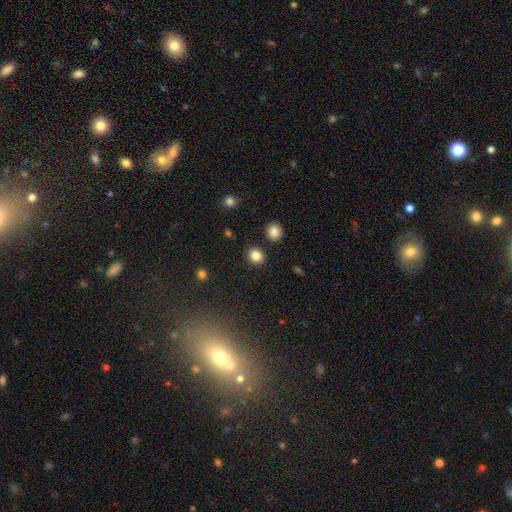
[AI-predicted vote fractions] A smooth galaxy with no disk features (84%) that is round (80%).

Vote fractions:
- Smooth or featured? smooth: 84% / star or artifact: 11% / featured or disk: 5%
- How rounded? round: 80% / in between: 19% / cigar-shaped: 1%
- Merging? none: 88% / minor disturbance: 6% / merger: 4% / major disturbance: 2%